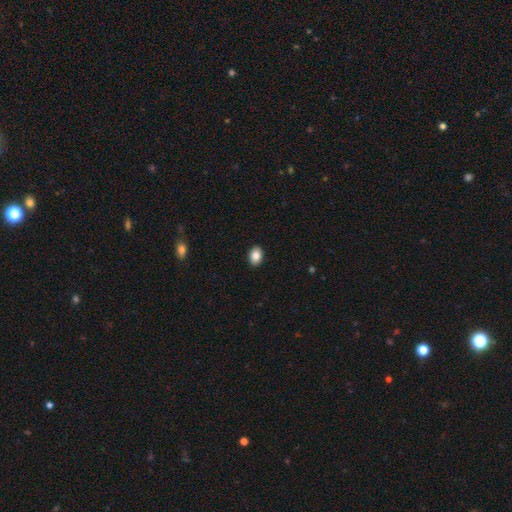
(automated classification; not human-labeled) Overall: smooth (85%). How rounded: in between (79%). Merging: none (91%).